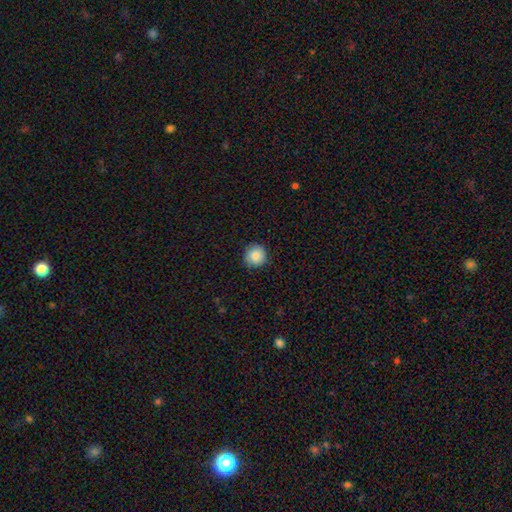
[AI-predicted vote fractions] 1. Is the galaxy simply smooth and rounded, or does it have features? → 86% smooth, 9% star or artifact, 6% featured or disk.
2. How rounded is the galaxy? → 94% round, 5% in between, 1% cigar-shaped.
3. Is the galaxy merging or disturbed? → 88% none, 9% minor disturbance, 2% major disturbance, 1% merger.